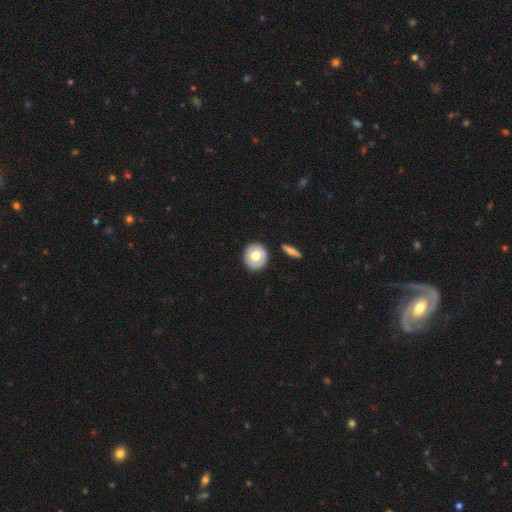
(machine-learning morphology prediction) A smooth galaxy with no disk features (65%) that is round (83%).

Vote fractions:
- Smooth or featured? smooth: 65% / featured or disk: 29% / star or artifact: 6%
- How rounded? round: 83% / in between: 16% / cigar-shaped: 1%
- Merging? none: 87% / minor disturbance: 8% / merger: 3% / major disturbance: 2%